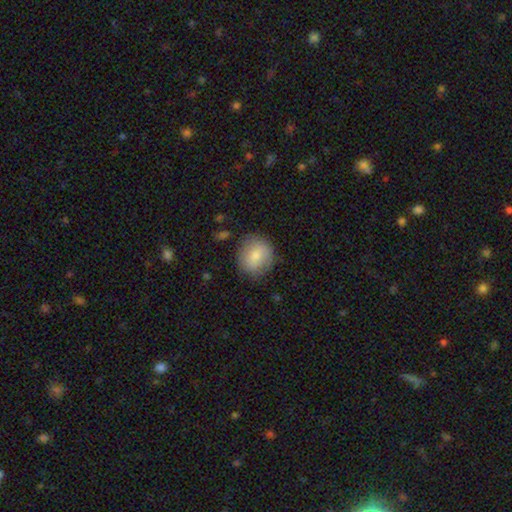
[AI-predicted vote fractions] Q: Smooth or featured?
A: smooth (76%); runner-up: featured or disk (17%)
Q: How rounded?
A: round (83%); runner-up: in between (16%)
Q: Merging?
A: none (78%); runner-up: minor disturbance (16%)